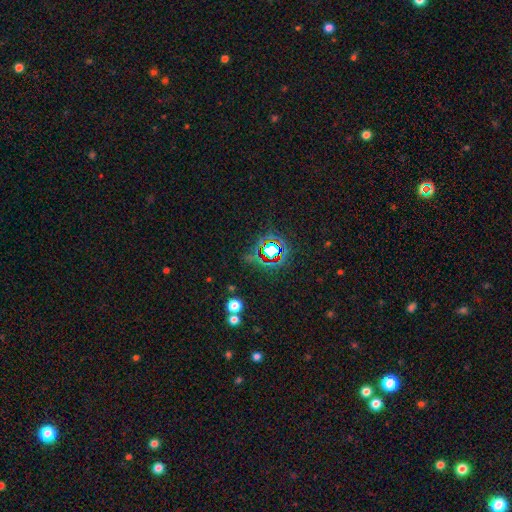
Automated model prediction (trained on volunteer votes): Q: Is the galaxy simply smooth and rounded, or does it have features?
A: star or artifact — 73%.